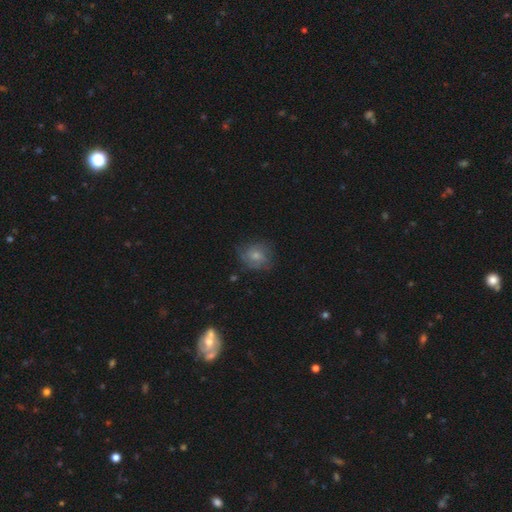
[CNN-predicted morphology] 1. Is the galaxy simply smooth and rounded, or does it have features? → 56% smooth, 34% featured or disk, 9% star or artifact.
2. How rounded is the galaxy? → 71% round, 28% in between, 1% cigar-shaped.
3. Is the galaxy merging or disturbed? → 66% none, 24% minor disturbance, 9% major disturbance, 1% merger.